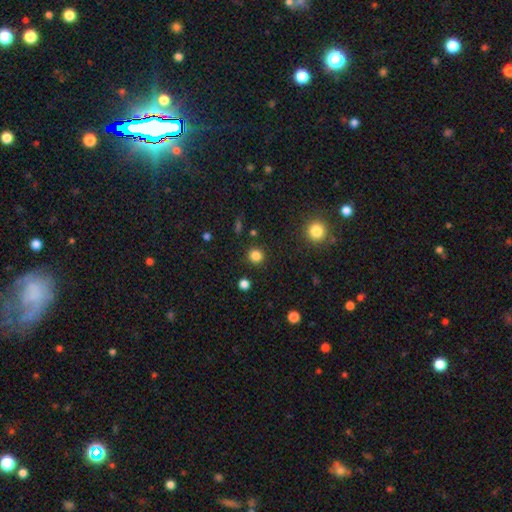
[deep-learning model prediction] Overall: smooth (84%). How rounded: round (91%). Merging: none (90%).